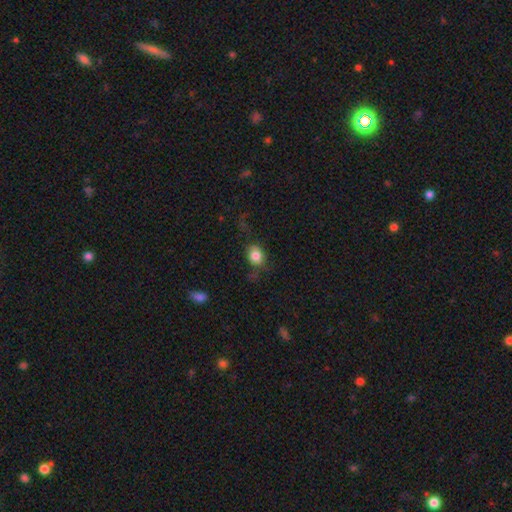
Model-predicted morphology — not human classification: smooth_or_featured: smooth (p=0.82) [alt: star or artifact p=0.09]
how_rounded: round (p=0.56) [alt: in between p=0.43]
merging: none (p=0.63) [alt: minor disturbance p=0.21]